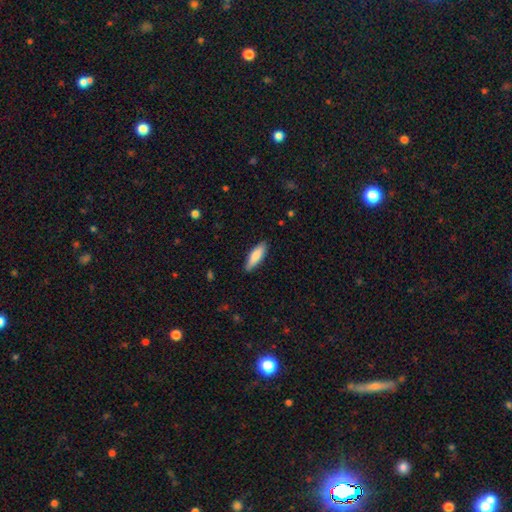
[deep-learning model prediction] Smooth or featured: smooth — 82% (featured or disk — 12%)
How rounded: in between — 52% (cigar-shaped — 47%)
Merging: none — 86% (minor disturbance — 11%)